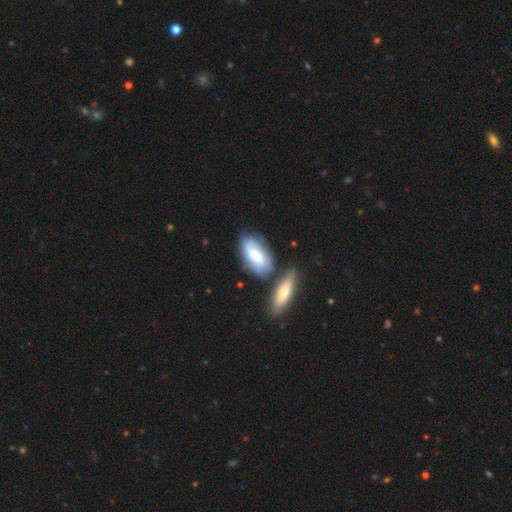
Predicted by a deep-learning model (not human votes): Smooth or featured?
  - smooth: 61% *
  - featured or disk: 34%
  - star or artifact: 6%
How rounded?
  - in between: 89% *
  - cigar-shaped: 8%
  - round: 3%
Merging?
  - none: 54% *
  - merger: 22%
  - minor disturbance: 18%
  - major disturbance: 6%